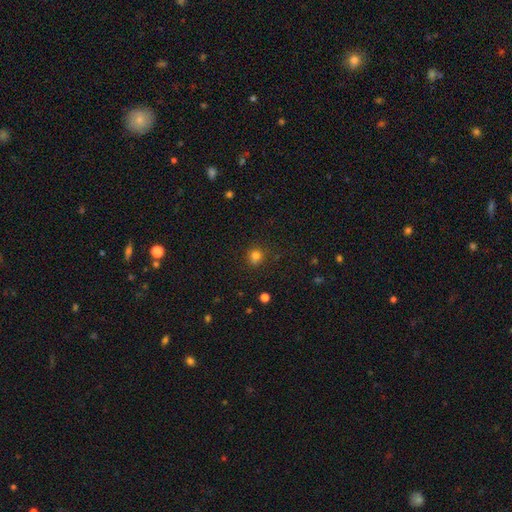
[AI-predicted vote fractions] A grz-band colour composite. It shows a smooth galaxy with no disk features (78%) that is round (84%). Merging: none (75%).